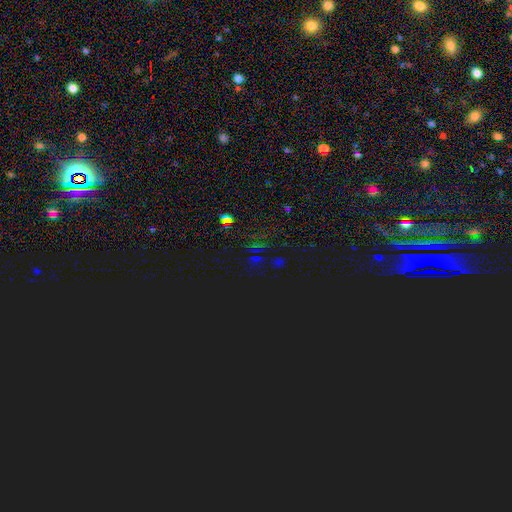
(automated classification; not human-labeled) Smooth or featured?
  - star or artifact: 78% *
  - smooth: 15%
  - featured or disk: 6%